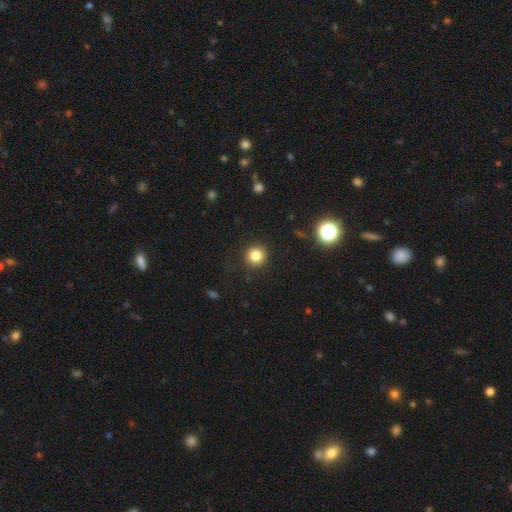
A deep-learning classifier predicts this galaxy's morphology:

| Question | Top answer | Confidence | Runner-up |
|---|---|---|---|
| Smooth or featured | smooth | 83% | star or artifact (12%) |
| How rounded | round | 94% | in between (5%) |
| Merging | none | 92% | minor disturbance (5%) |